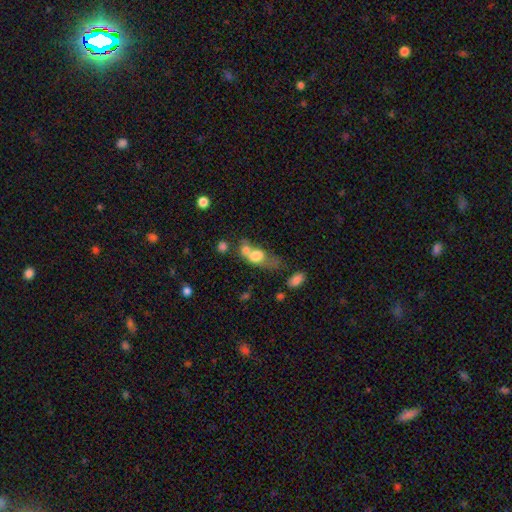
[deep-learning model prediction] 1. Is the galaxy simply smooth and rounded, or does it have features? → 70% smooth, 20% featured or disk, 10% star or artifact.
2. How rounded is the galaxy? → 62% in between, 33% round, 5% cigar-shaped.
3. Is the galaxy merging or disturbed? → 61% merger, 15% none, 14% major disturbance, 10% minor disturbance.